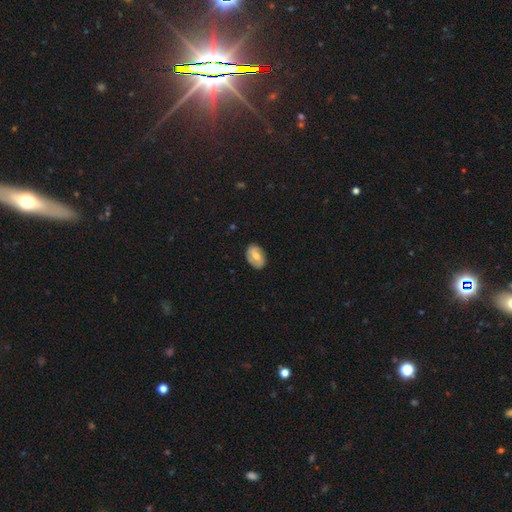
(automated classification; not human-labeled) Smooth or featured? Predicted: featured or disk (p=0.53). Edge-on disk? Predicted: no (p=0.94). Bar? Predicted: weak (p=0.43). Spiral arms? Predicted: yes (p=0.56). Bulge size? Predicted: moderate (p=0.71). Merging? Predicted: none (p=0.83).